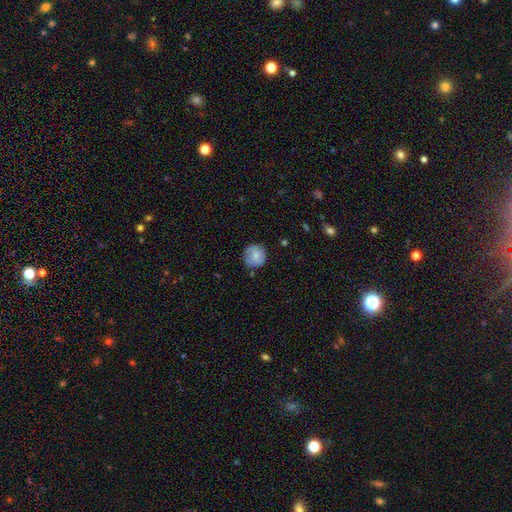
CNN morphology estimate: A smooth galaxy with no disk features (75%) that is round (92%).

Vote fractions:
- Smooth or featured? smooth: 75% / featured or disk: 17% / star or artifact: 7%
- How rounded? round: 92% / in between: 7% / cigar-shaped: 1%
- Merging? none: 79% / minor disturbance: 16% / major disturbance: 3% / merger: 2%